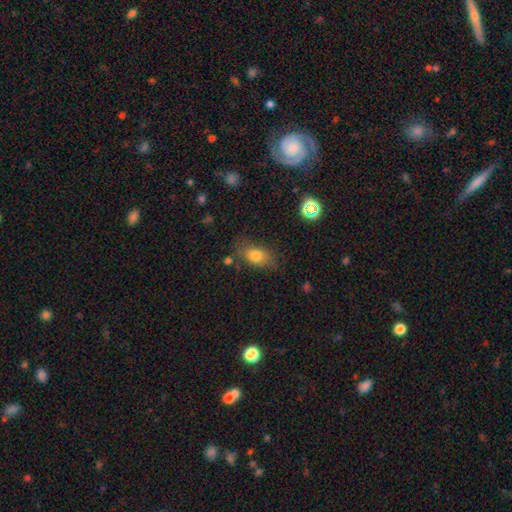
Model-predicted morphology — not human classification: This is likely a smooth galaxy (78%). How rounded: clearly in between (82%). Merging: likely none (70%).